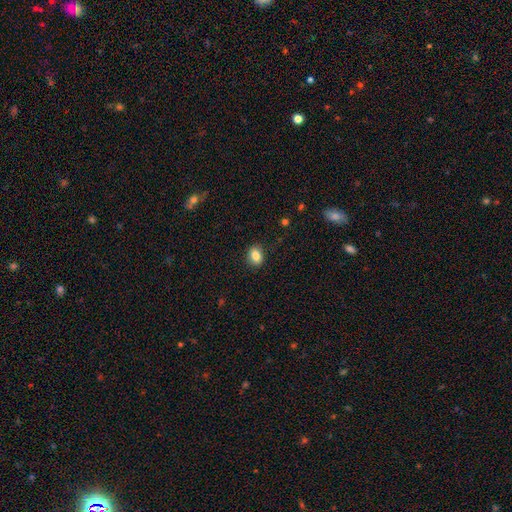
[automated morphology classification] Smooth or featured? Predicted: smooth (p=0.84). How rounded? Predicted: in between (p=0.65). Merging? Predicted: none (p=0.88).